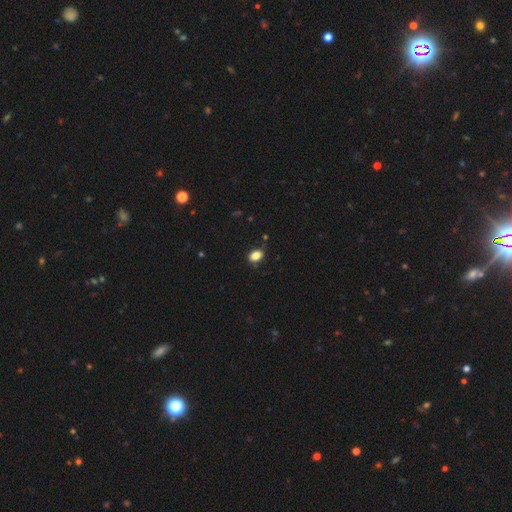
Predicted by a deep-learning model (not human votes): This is clearly a smooth galaxy (84%). How rounded: likely in between (79%). Merging: likely none (80%).